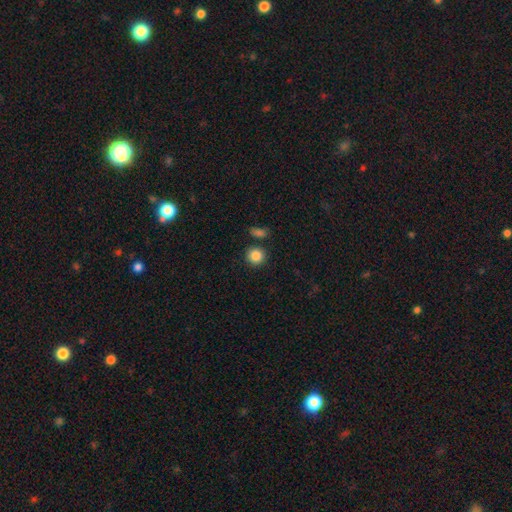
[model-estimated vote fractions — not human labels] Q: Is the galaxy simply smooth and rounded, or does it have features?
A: smooth — 87%.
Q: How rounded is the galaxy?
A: round — 91%.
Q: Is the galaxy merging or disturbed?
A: none — 82%.